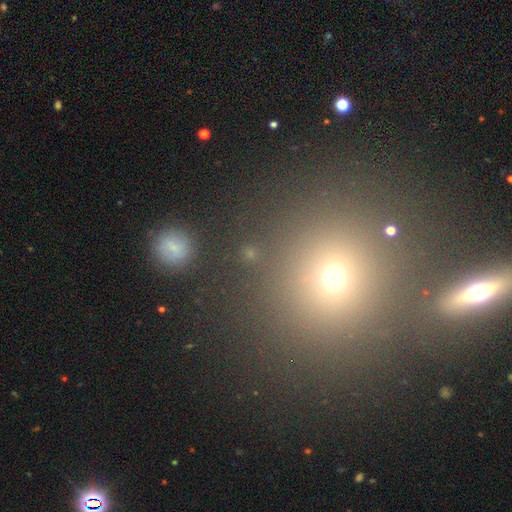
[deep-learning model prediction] Smooth or featured: smooth — 57% (star or artifact — 34%)
How rounded: round — 90% (in between — 9%)
Merging: none — 81% (merger — 8%)